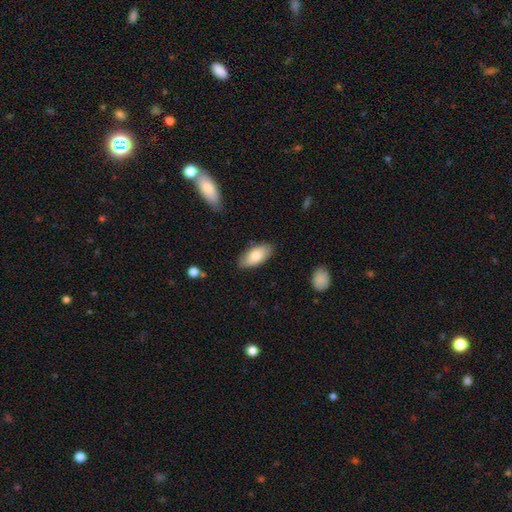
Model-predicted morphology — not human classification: smooth_or_featured: smooth (p=0.79) [alt: featured or disk p=0.15]
how_rounded: in between (p=0.92) [alt: cigar-shaped p=0.06]
merging: none (p=0.83) [alt: minor disturbance p=0.13]